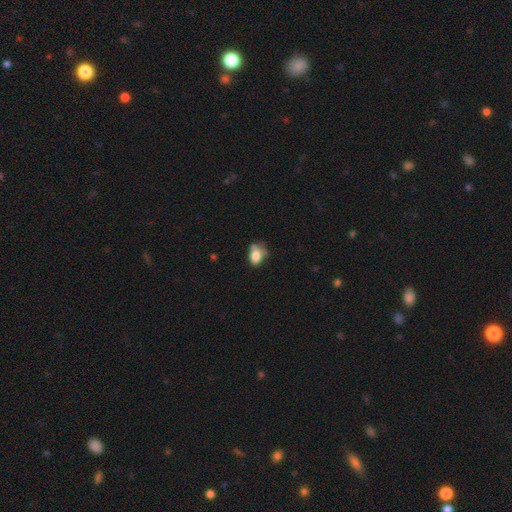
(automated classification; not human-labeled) This is likely a smooth galaxy (74%). How rounded: likely in between (73%). Merging: marginally none (36%).